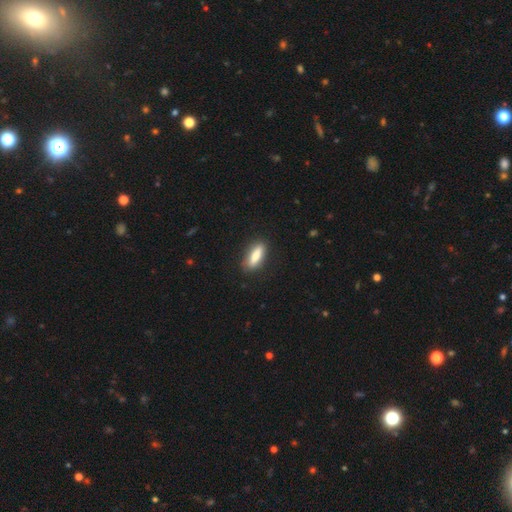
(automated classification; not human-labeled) A smooth galaxy with no disk features (78%) that is cigar-shaped (50%). Merging: none (87%).